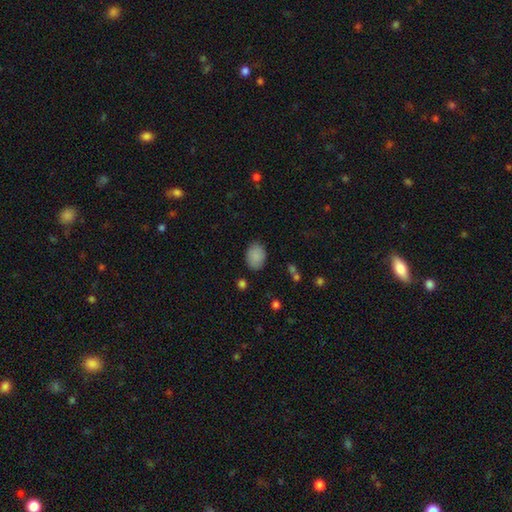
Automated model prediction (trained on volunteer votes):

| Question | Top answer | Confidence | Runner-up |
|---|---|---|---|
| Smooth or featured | smooth | 87% | star or artifact (7%) |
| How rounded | in between | 72% | round (27%) |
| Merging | none | 83% | minor disturbance (12%) |